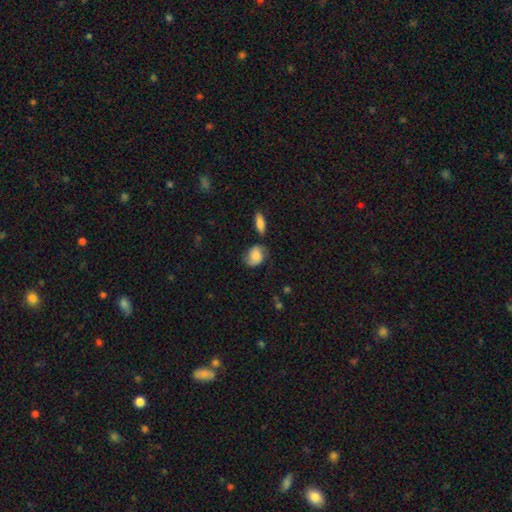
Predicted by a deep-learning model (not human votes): Overall: smooth (69%). How rounded: in between (60%; round 38%). Merging: none (55%; minor disturbance 29%).